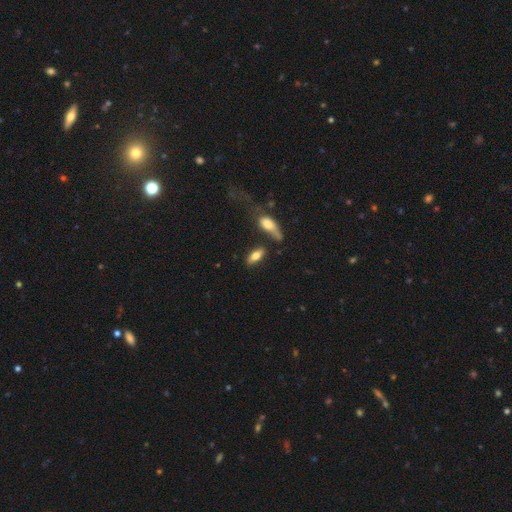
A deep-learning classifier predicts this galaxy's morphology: This appears to be a smooth galaxy with no disk features (66%) that is in between round and cigar-shaped (75%). Merging: none (70%).